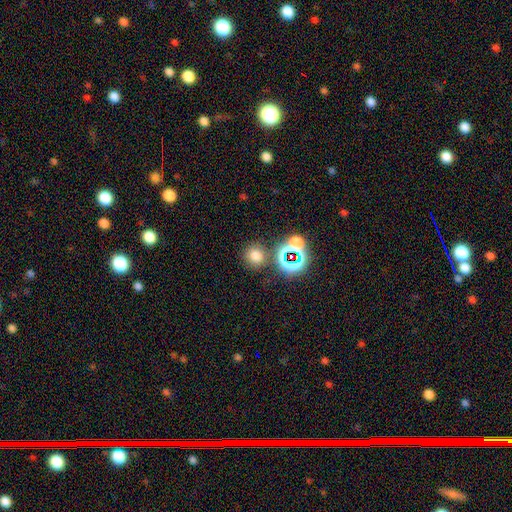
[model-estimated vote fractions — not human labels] smooth_or_featured: smooth (p=0.66) [alt: star or artifact p=0.26]
how_rounded: round (p=0.89) [alt: in between p=0.10]
merging: none (p=0.77) [alt: merger p=0.10]